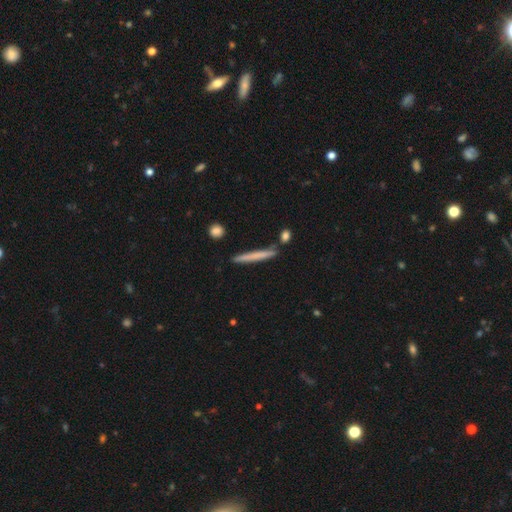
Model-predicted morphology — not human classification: Smooth or featured: smooth — 64% (featured or disk — 30%)
How rounded: cigar-shaped — 96% (in between — 2%)
Merging: none — 84% (minor disturbance — 9%)